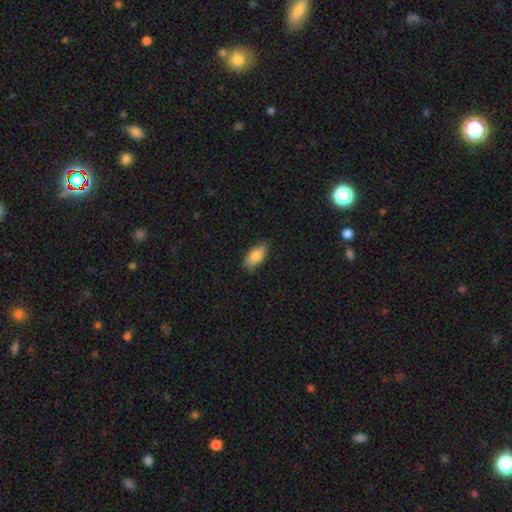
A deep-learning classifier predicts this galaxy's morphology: Smooth or featured: smooth — 84% (featured or disk — 9%)
How rounded: in between — 92% (cigar-shaped — 6%)
Merging: none — 80% (minor disturbance — 16%)